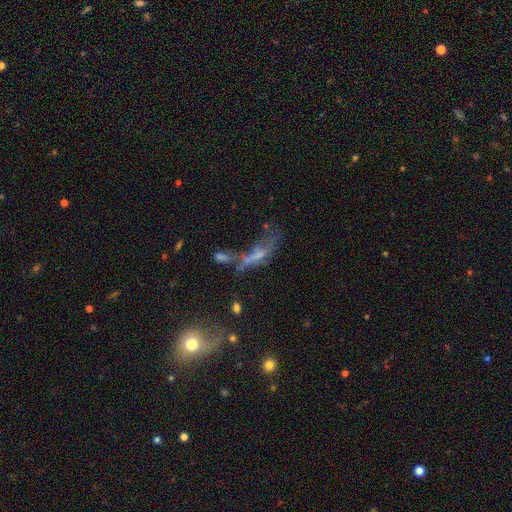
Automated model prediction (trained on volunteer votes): A featured or disk galaxy (41%). Merging: merger (33%).